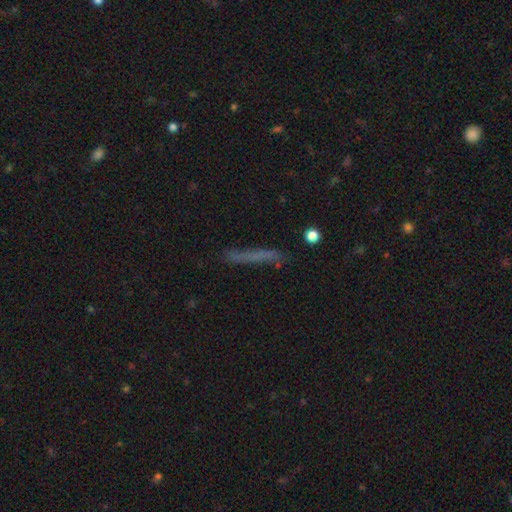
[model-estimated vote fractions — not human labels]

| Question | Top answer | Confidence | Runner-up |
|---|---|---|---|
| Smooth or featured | smooth | 55% | featured or disk (32%) |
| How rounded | cigar-shaped | 93% | in between (5%) |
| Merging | none | 76% | minor disturbance (16%) |